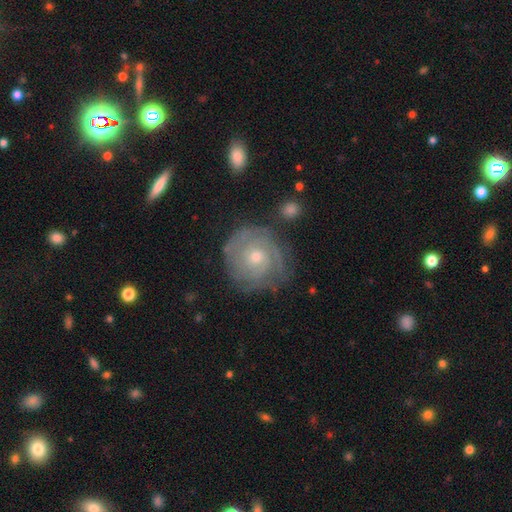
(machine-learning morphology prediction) Smooth or featured? featured or disk (78%)
Edge-on disk? no (97%)
Bar? no (79%)
Spiral arms? yes (91%)
Spiral winding? tight (77%)
Spiral arm count? can't tell (42%)
Bulge size? small (48%, tied with moderate)
Merging? none (74%)